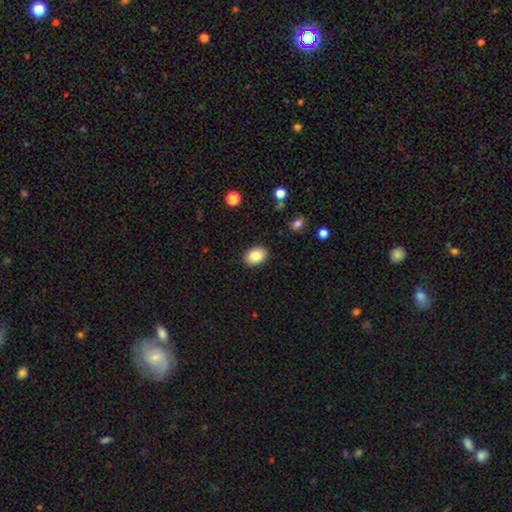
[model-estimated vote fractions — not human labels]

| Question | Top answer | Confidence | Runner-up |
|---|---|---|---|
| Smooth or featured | smooth | 85% | star or artifact (8%) |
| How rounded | in between | 73% | round (26%) |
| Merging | none | 89% | minor disturbance (8%) |